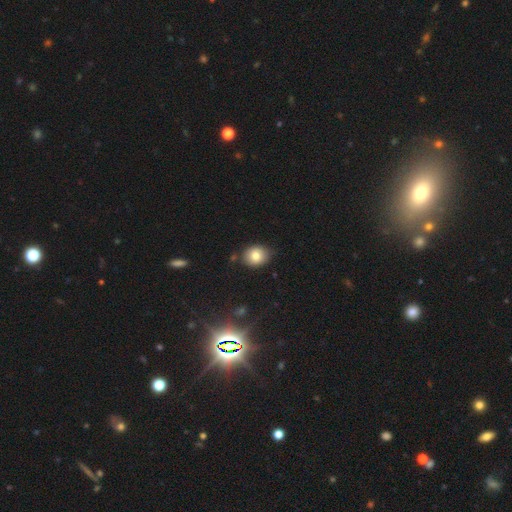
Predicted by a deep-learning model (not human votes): Q: Smooth or featured?
A: smooth (82%); runner-up: star or artifact (10%)
Q: How rounded?
A: round (58%); runner-up: in between (41%)
Q: Merging?
A: none (79%); runner-up: minor disturbance (15%)